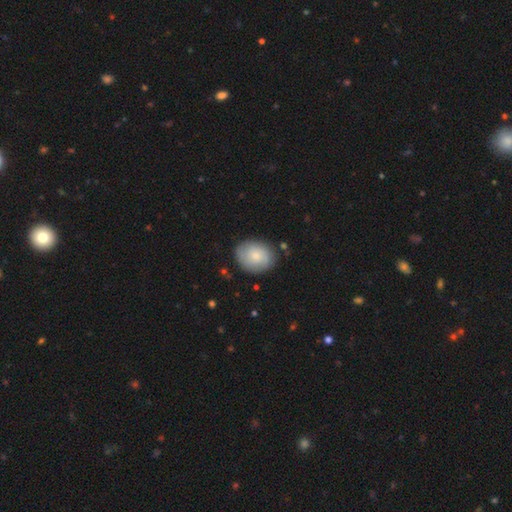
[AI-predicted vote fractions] The model was most divided on "how rounded": round: 55%, in between: 44%, cigar-shaped: 1%. More confident: merging — none (80%); smooth or featured — smooth (69%).